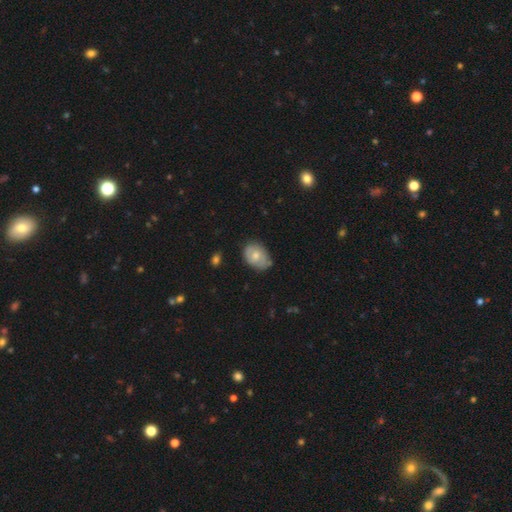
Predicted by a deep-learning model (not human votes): The model was most divided on "merging": none: 62%, minor disturbance: 30%, major disturbance: 5%, merger: 3%. More confident: how rounded — in between (76%); smooth or featured — smooth (65%).